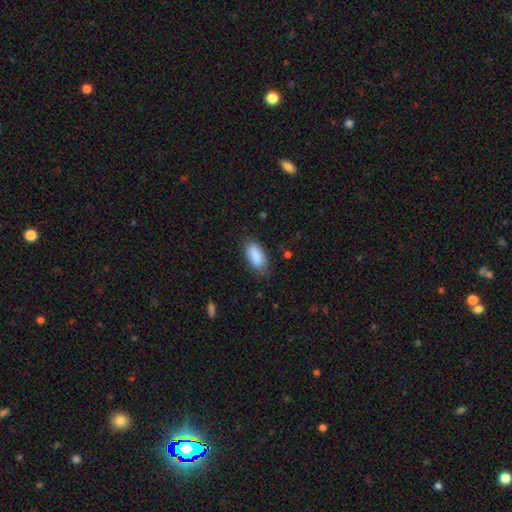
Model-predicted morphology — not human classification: Smooth or featured?
  - smooth: 88% *
  - star or artifact: 7%
  - featured or disk: 5%
How rounded?
  - in between: 90% *
  - cigar-shaped: 8%
  - round: 3%
Merging?
  - none: 76% *
  - minor disturbance: 18%
  - major disturbance: 5%
  - merger: 1%